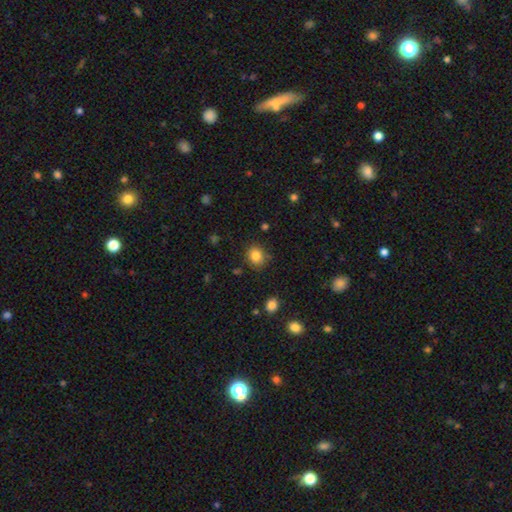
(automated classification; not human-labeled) Smooth or featured? Predicted: smooth (p=0.84). How rounded? Predicted: round (p=0.70). Merging? Predicted: none (p=0.81).